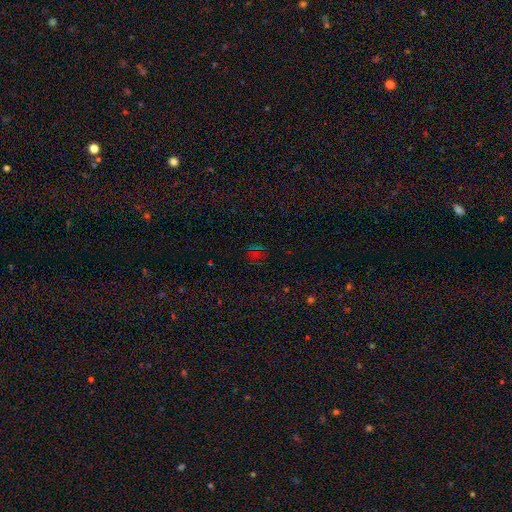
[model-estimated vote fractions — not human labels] smooth-or-featured: smooth: 47% | star or artifact: 45% | featured or disk: 8%
  merging: none: 77% | minor disturbance: 13% | major disturbance: 7% | merger: 3%